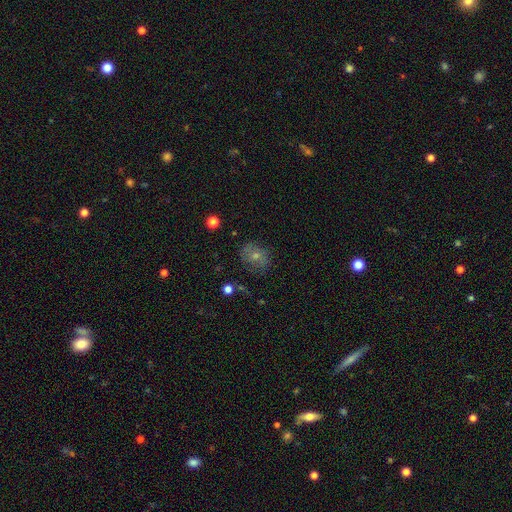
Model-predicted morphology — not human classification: Smooth or featured? smooth (58%)
How rounded? round (60%)
Merging? none (70%)